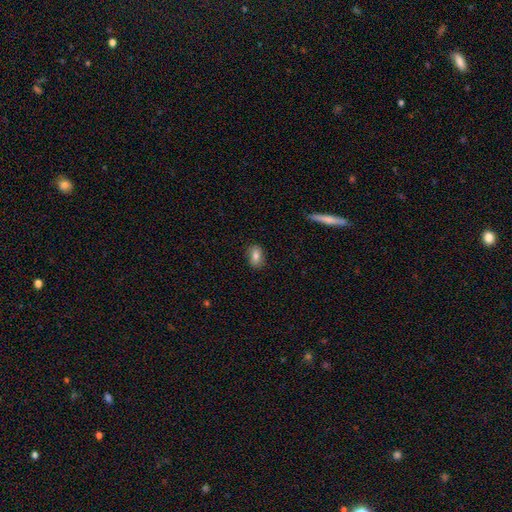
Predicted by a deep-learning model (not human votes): smooth_or_featured: smooth (p=0.82) [alt: featured or disk p=0.10]
how_rounded: in between (p=0.84) [alt: round p=0.13]
merging: none (p=0.84) [alt: minor disturbance p=0.12]